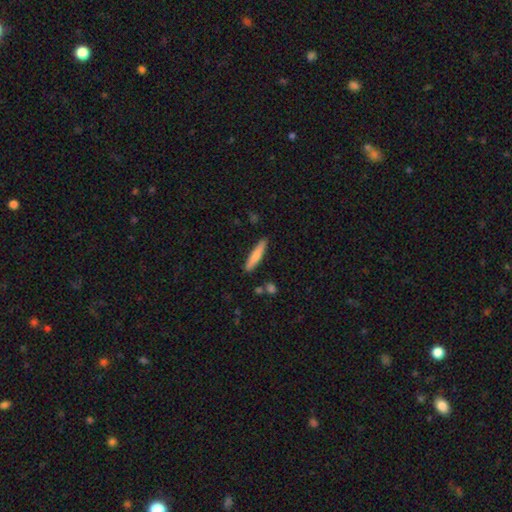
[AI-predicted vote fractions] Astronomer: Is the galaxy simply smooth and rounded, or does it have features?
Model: smooth — 73%.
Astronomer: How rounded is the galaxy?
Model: cigar-shaped — 89%.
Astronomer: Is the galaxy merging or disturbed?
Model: none — 87%.